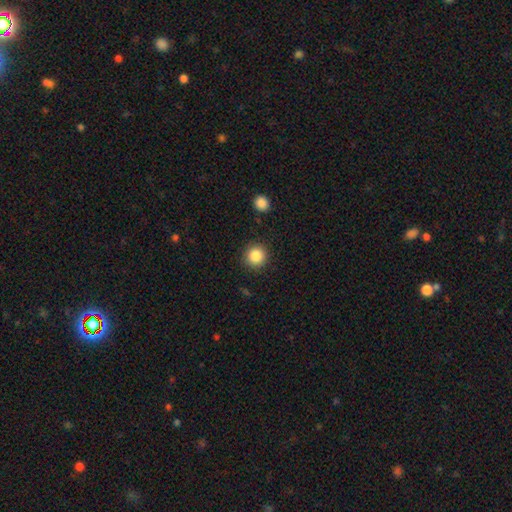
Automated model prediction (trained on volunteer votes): Q: Smooth or featured?
A: smooth (86%); runner-up: star or artifact (10%)
Q: How rounded?
A: round (92%); runner-up: in between (7%)
Q: Merging?
A: none (89%); runner-up: minor disturbance (7%)